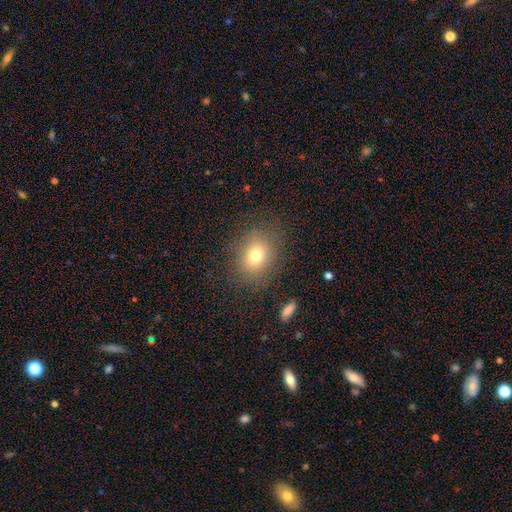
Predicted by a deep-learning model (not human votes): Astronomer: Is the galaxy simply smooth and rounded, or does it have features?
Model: smooth — 74%.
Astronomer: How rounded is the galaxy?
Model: in between — 51% (runner-up: round, 48%).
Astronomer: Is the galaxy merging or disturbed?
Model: none — 82%.